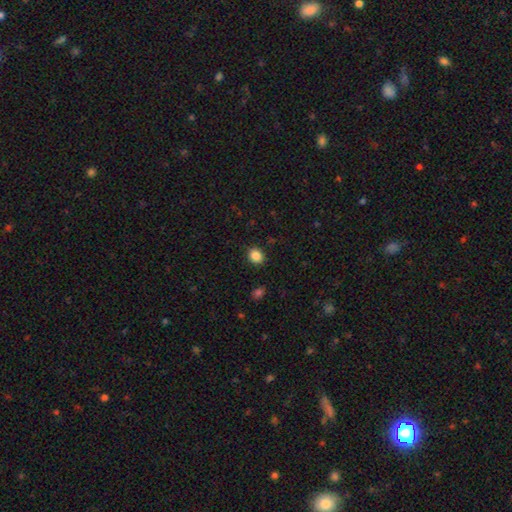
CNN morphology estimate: Smooth or featured? Predicted: smooth (p=0.86). How rounded? Predicted: round (p=0.66). Merging? Predicted: none (p=0.89).